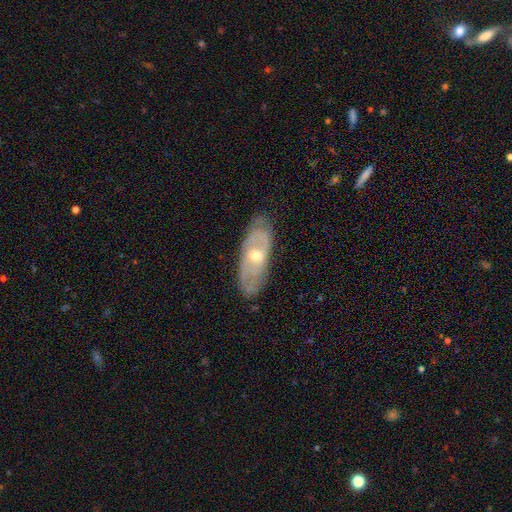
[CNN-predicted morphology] type=featured or disk (74%); edge-on=no (85%); bar=no (63%); spiral arms=yes (80%); winding=tight (48%); arm count=2 (47%); bulge=moderate (52%); merging=none (78%).